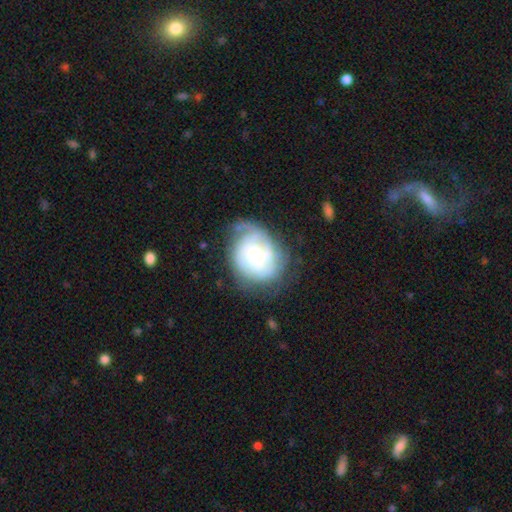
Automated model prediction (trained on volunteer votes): Morphology: type=featured or disk (71%); edge-on=no (97%); bar=no (73%); spiral arms=yes (86%); winding=tight (64%); arm count=can't tell (46%); bulge=small (59%); merging=none (58%).